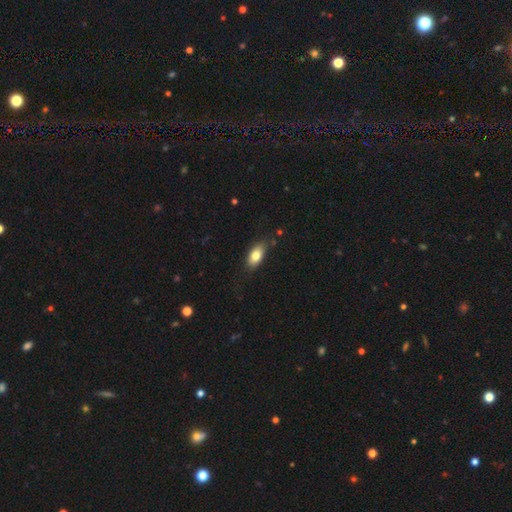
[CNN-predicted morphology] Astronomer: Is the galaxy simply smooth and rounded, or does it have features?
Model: smooth — 79%.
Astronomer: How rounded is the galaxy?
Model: in between — 88%.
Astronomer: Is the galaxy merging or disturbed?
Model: none — 80%.